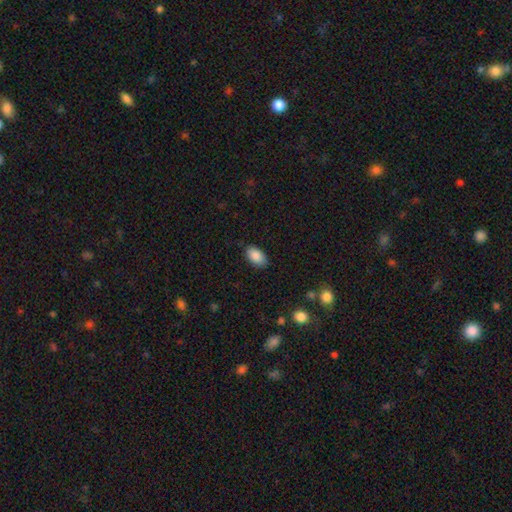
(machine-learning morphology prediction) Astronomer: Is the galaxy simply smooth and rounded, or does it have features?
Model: smooth — 88%.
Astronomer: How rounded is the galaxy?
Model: in between — 93%.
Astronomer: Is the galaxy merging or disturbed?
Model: none — 84%.